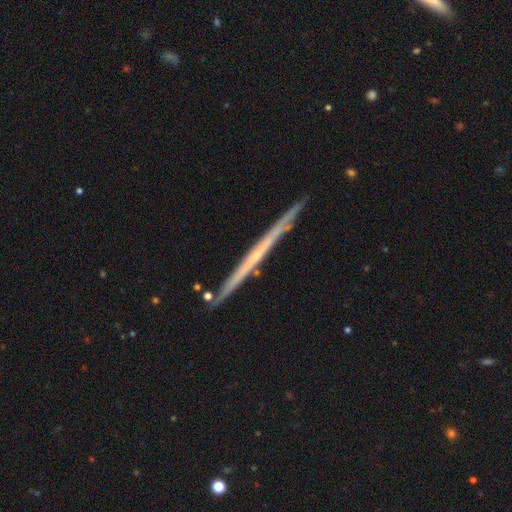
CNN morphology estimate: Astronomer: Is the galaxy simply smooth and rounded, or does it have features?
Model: featured or disk — 71%.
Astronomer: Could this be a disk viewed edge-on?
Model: yes — 97%.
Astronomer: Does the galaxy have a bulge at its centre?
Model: none — 79%.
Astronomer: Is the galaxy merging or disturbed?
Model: none — 89%.